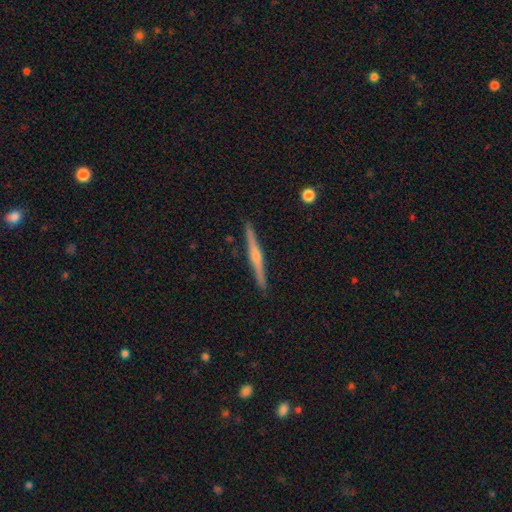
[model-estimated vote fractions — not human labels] This is likely a featured or disk galaxy (75%). It is clearly viewed edge-on (98%). Edge-on bulge: clearly rounded (80%). Merging: clearly none (91%).